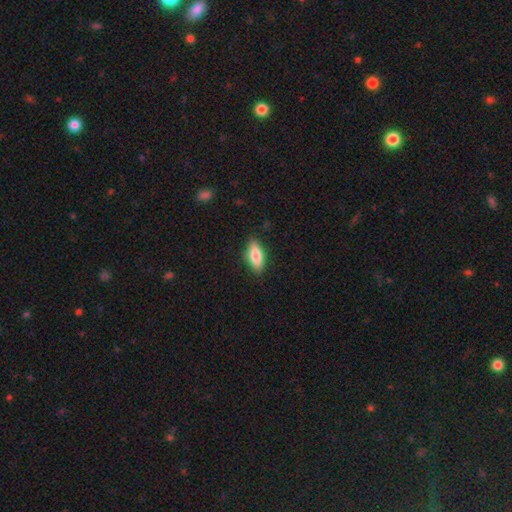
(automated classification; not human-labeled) A smooth galaxy with no disk features (79%) that is in between round and cigar-shaped (75%).

Vote fractions:
- Smooth or featured? smooth: 79% / featured or disk: 14% / star or artifact: 6%
- How rounded? in between: 75% / cigar-shaped: 23% / round: 3%
- Merging? none: 87% / minor disturbance: 10% / major disturbance: 2% / merger: 1%